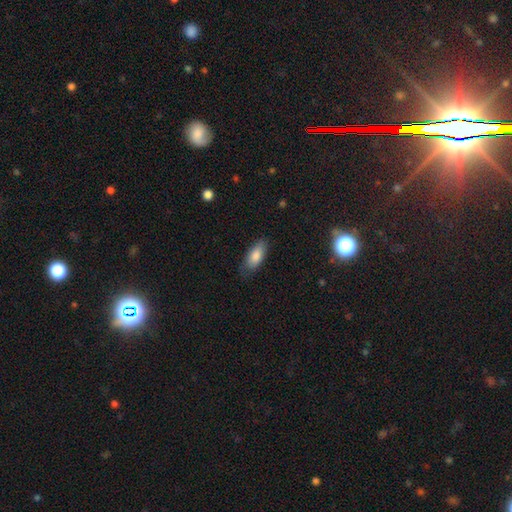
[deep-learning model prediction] smooth_or_featured: smooth (p=0.83) [alt: featured or disk p=0.10]
how_rounded: in between (p=0.84) [alt: cigar-shaped p=0.14]
merging: none (p=0.77) [alt: minor disturbance p=0.18]